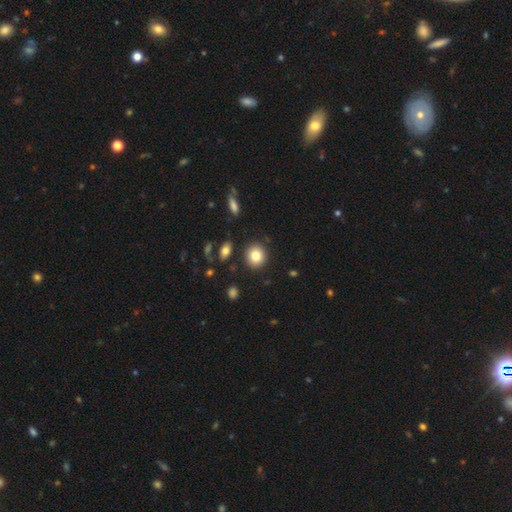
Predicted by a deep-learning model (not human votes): A smooth galaxy with no disk features (83%) that is round (80%).

Vote fractions:
- Smooth or featured? smooth: 83% / star or artifact: 9% / featured or disk: 8%
- How rounded? round: 80% / in between: 19% / cigar-shaped: 1%
- Merging? none: 87% / minor disturbance: 8% / merger: 3% / major disturbance: 2%